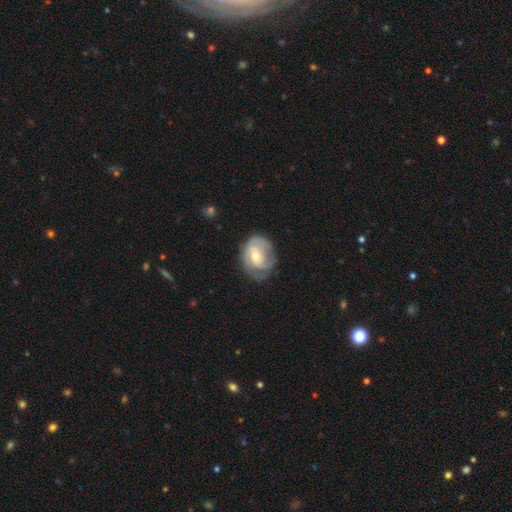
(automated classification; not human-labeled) smooth-or-featured: featured or disk: 76% | smooth: 18% | star or artifact: 5%
  disk-edge-on: no: 97% | yes: 3%
    bar: no: 52% | weak: 39% | strong: 9%
    has-spiral-arms: yes: 92% | no: 8%
      spiral-winding: tight: 47% | medium: 39% | loose: 13%
      spiral-arm-count: 2: 37% | can't tell: 24% | 3: 24% | 1: 7% | 4: 4% | more than 4: 3%
    bulge-size: moderate: 50% | small: 45% | large: 3% | none: 1% | dominant: 1%
  merging: none: 62% | minor disturbance: 24% | major disturbance: 13% | merger: 1%